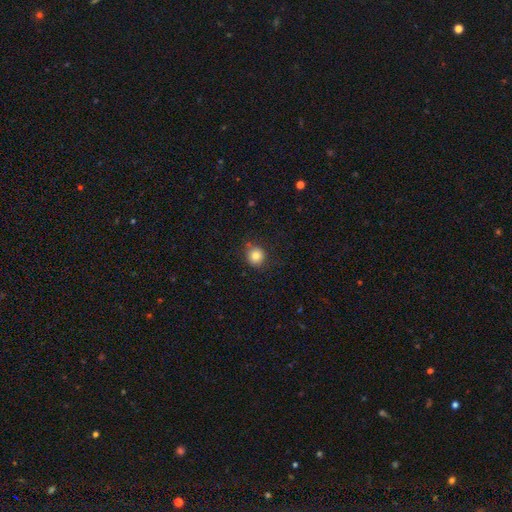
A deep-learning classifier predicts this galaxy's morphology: A smooth galaxy with no disk features (82%) that is round (88%). Merging: none (77%).